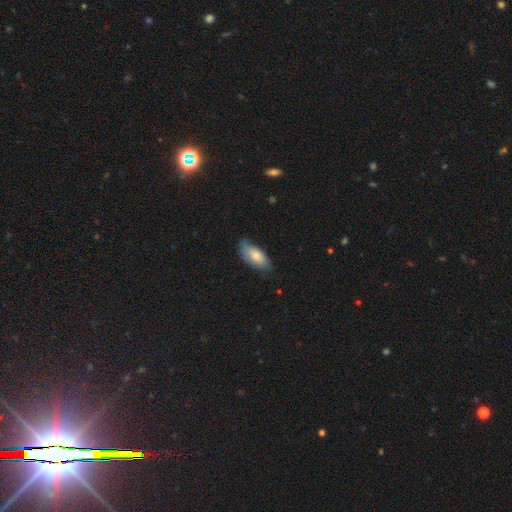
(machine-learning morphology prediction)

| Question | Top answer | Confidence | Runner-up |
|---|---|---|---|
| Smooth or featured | smooth | 73% | featured or disk (21%) |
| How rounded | in between | 89% | cigar-shaped (9%) |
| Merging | none | 64% | minor disturbance (29%) |